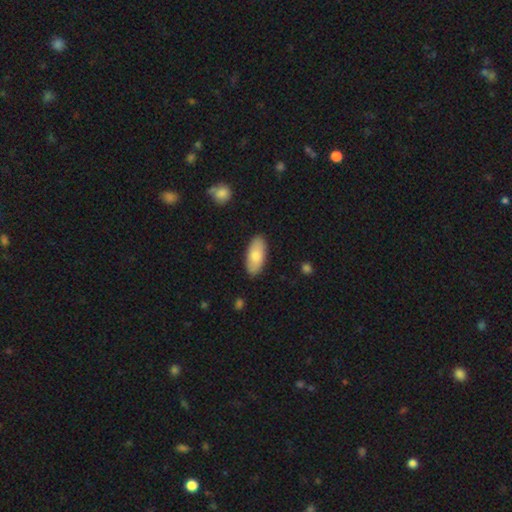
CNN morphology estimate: Overall: smooth (79%). How rounded: in between (88%). Merging: none (88%).